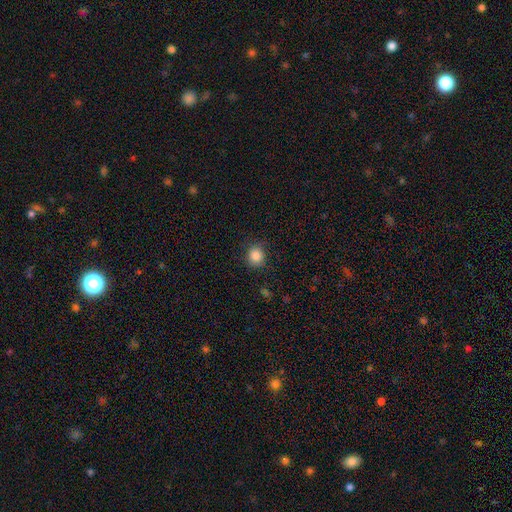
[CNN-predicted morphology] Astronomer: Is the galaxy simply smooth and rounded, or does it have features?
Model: smooth — 86%.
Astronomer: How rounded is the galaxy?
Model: round — 80%.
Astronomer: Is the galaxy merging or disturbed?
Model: none — 84%.